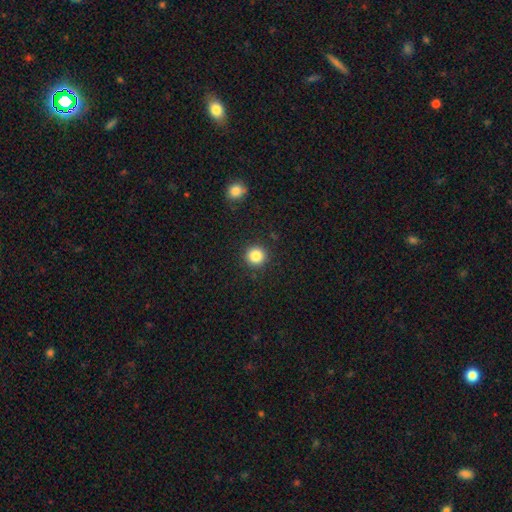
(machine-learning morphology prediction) type=smooth (84%); roundness=round (95%); merging=none (92%).